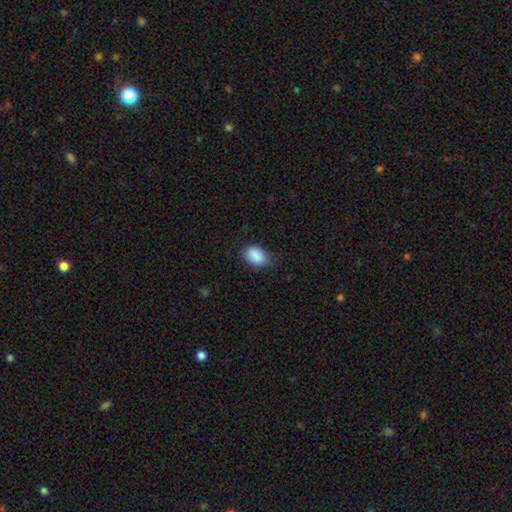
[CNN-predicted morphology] The model was most divided on "merging": none: 72%, minor disturbance: 22%, major disturbance: 4%, merger: 1%. More confident: smooth or featured — smooth (89%); how rounded — in between (82%).